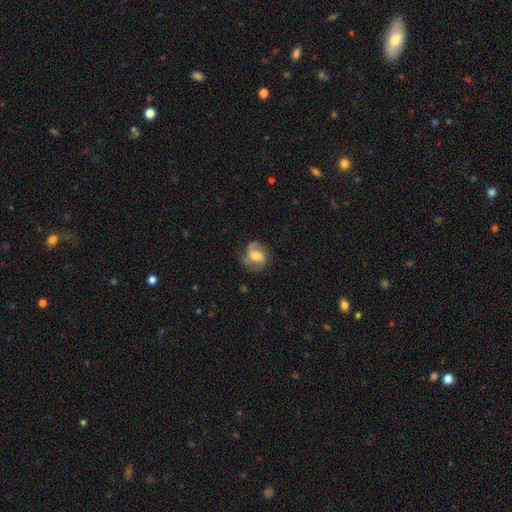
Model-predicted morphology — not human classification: Smooth or featured? featured or disk (66%)
Edge-on disk? no (97%)
Bar? weak (47%)
Spiral arms? yes (89%)
Spiral winding? medium (46%)
Spiral arm count? 2 (73%)
Bulge size? moderate (54%)
Merging? none (66%)